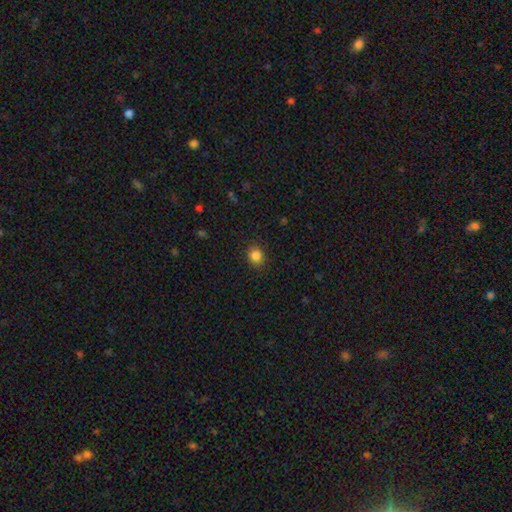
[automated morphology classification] The model was most divided on "how rounded": round: 75%, in between: 25%, cigar-shaped: 1%. More confident: merging — none (87%); smooth or featured — smooth (85%).